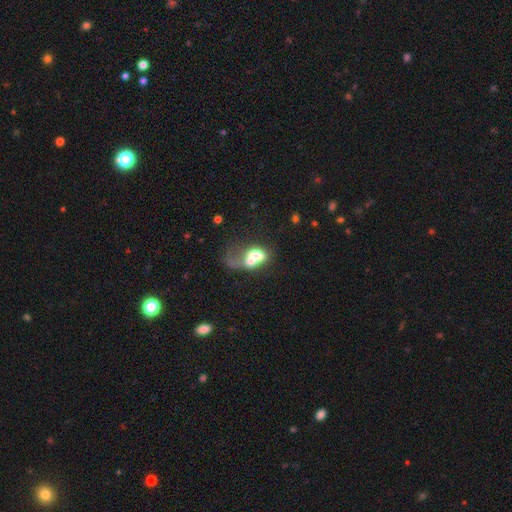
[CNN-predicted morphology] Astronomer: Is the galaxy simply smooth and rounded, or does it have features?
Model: smooth — 59%.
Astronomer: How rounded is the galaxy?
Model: in between — 69%.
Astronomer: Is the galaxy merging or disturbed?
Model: merger — 62%.